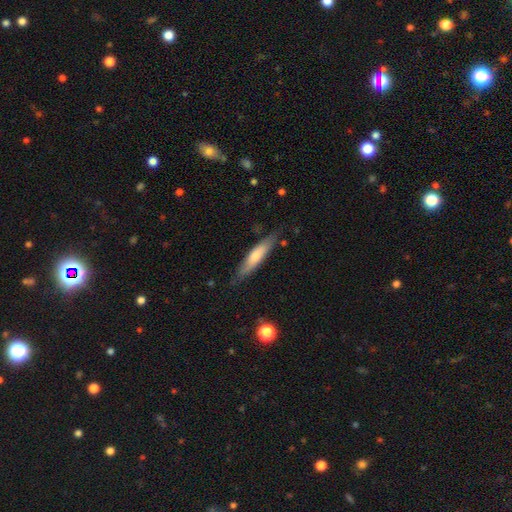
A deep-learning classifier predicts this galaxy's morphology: Smooth or featured?
  - smooth: 63% *
  - featured or disk: 31%
  - star or artifact: 6%
How rounded?
  - cigar-shaped: 77% *
  - in between: 21%
  - round: 1%
Merging?
  - none: 77% *
  - minor disturbance: 18%
  - major disturbance: 3%
  - merger: 2%